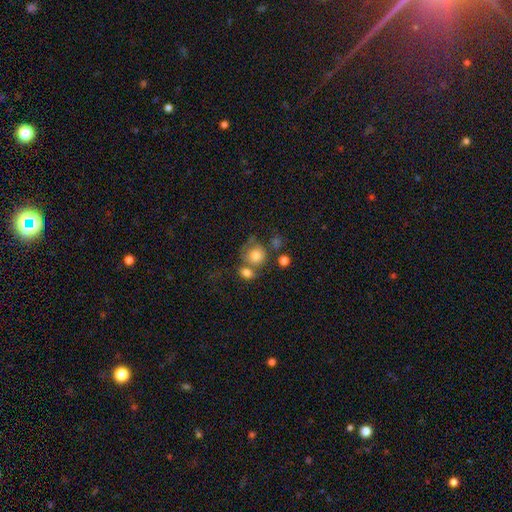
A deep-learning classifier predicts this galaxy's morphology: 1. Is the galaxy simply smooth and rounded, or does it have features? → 77% smooth, 13% featured or disk, 10% star or artifact.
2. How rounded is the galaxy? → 82% round, 17% in between, 1% cigar-shaped.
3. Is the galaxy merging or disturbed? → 42% none, 34% merger, 14% minor disturbance, 10% major disturbance.